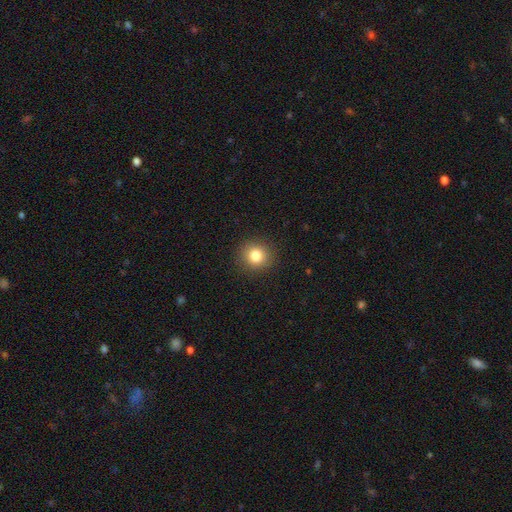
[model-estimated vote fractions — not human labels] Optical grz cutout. It shows a smooth galaxy with no disk features (82%) that is round (90%). Merging: none (91%).